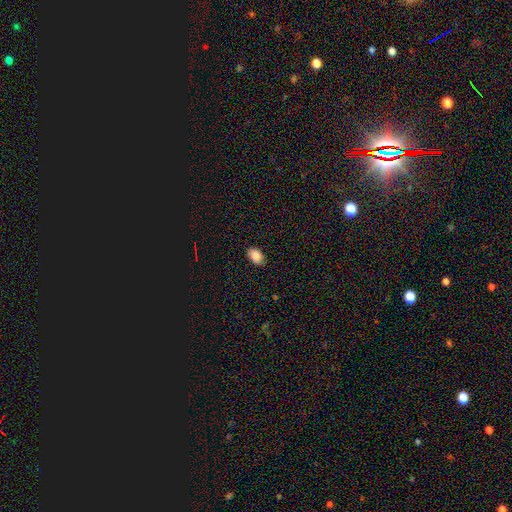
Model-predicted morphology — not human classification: A smooth galaxy with no disk features (88%) that is in between round and cigar-shaped (90%).

Vote fractions:
- Smooth or featured? smooth: 88% / star or artifact: 8% / featured or disk: 5%
- How rounded? in between: 90% / round: 9% / cigar-shaped: 1%
- Merging? none: 84% / minor disturbance: 13% / major disturbance: 2% / merger: 1%